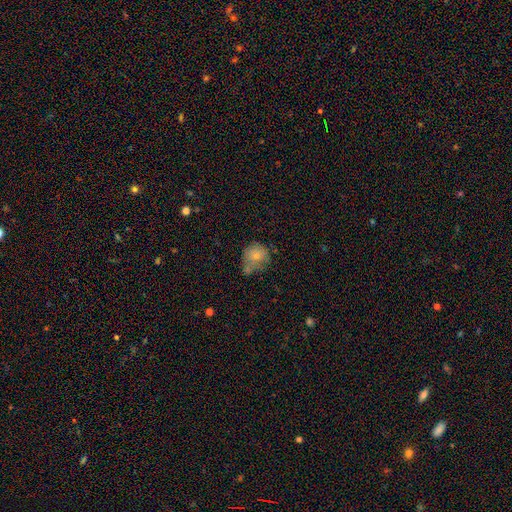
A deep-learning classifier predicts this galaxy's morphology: Smooth or featured? smooth (75%)
How rounded? round (74%)
Merging? none (41%)